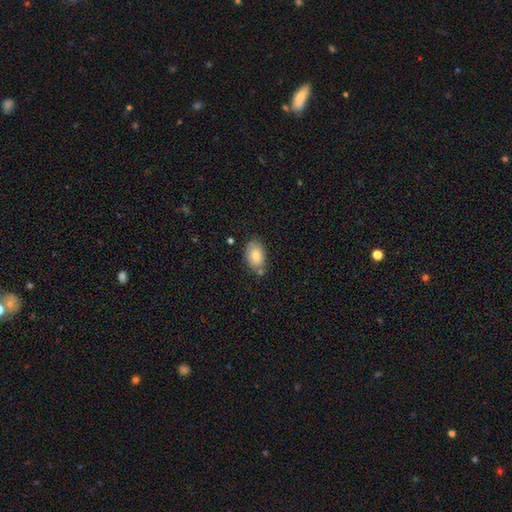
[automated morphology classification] Smooth or featured?
  - smooth: 80% *
  - featured or disk: 13%
  - star or artifact: 7%
How rounded?
  - in between: 89% *
  - round: 10%
  - cigar-shaped: 1%
Merging?
  - none: 68% *
  - minor disturbance: 21%
  - merger: 7%
  - major disturbance: 4%